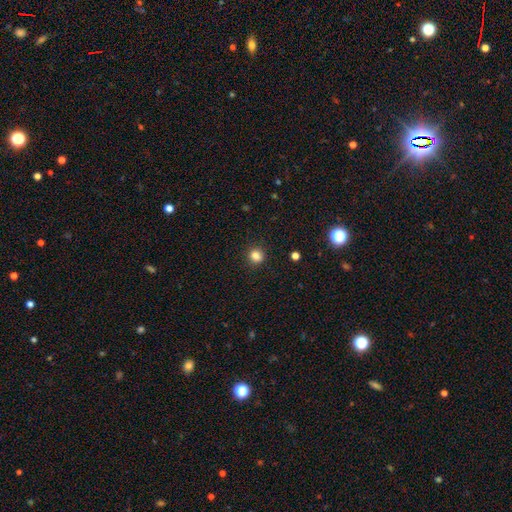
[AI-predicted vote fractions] A smooth galaxy with no disk features (83%) that is round (86%). Merging: none (89%).